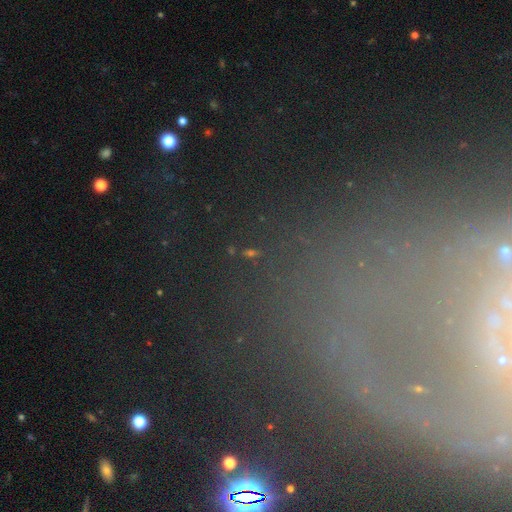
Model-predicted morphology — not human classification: A star or artifact, not a galaxy (61%).